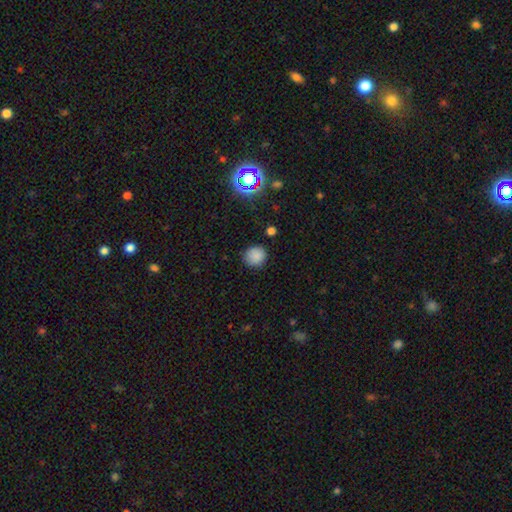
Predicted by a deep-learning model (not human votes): The model was most divided on "smooth or featured": smooth: 83%, star or artifact: 13%, featured or disk: 4%. More confident: how rounded — round (88%); merging — none (85%).